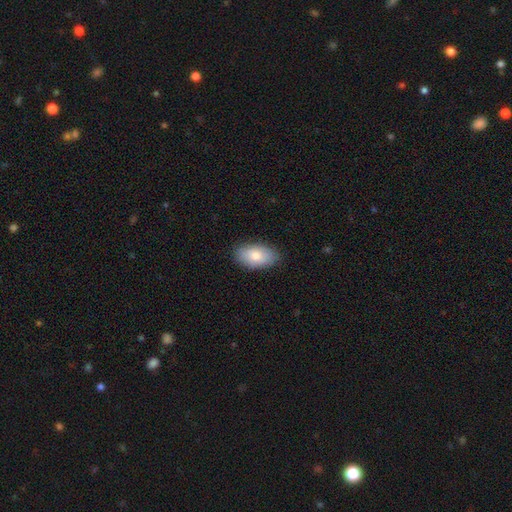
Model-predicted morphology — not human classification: Q: Smooth or featured?
A: smooth (81%); runner-up: featured or disk (13%)
Q: How rounded?
A: in between (93%); runner-up: round (5%)
Q: Merging?
A: none (86%); runner-up: minor disturbance (11%)